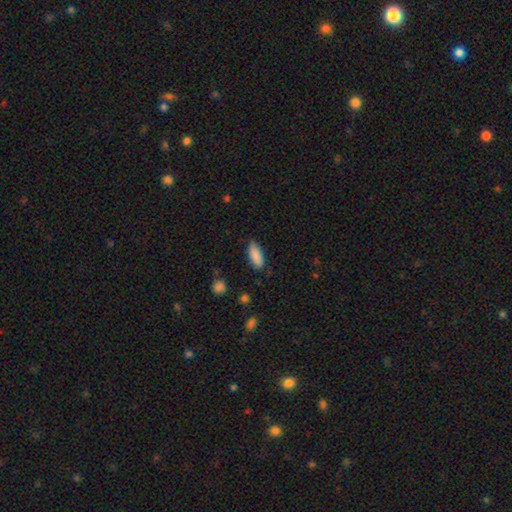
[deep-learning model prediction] Smooth or featured: smooth — 89% (star or artifact — 7%)
How rounded: in between — 82% (cigar-shaped — 16%)
Merging: none — 84% (minor disturbance — 13%)